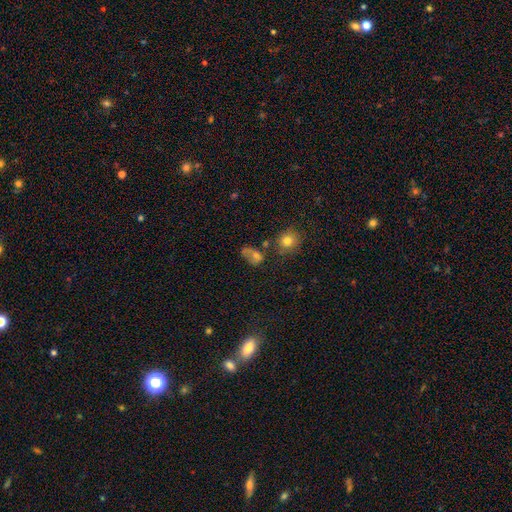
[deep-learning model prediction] Q: Smooth or featured?
A: smooth (51%); runner-up: star or artifact (24%)
Q: How rounded?
A: in between (66%); runner-up: round (31%)
Q: Merging?
A: none (44%); runner-up: minor disturbance (22%)